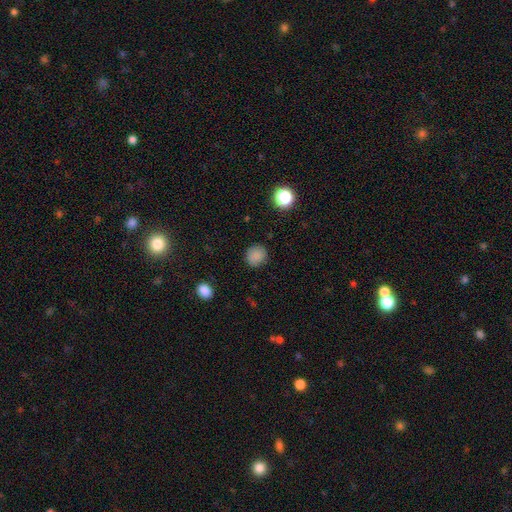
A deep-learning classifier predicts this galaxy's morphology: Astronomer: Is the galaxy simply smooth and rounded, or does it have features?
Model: smooth — 84%.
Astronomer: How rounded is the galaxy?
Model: round — 78%.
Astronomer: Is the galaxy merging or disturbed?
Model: none — 84%.